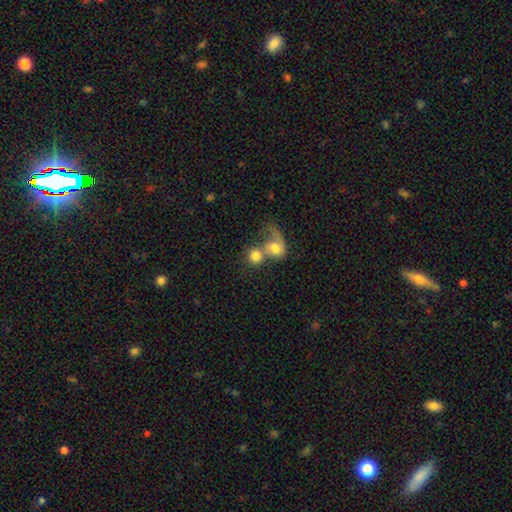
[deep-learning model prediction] Smooth or featured? smooth (70%)
How rounded? round (75%)
Merging? merger (68%)